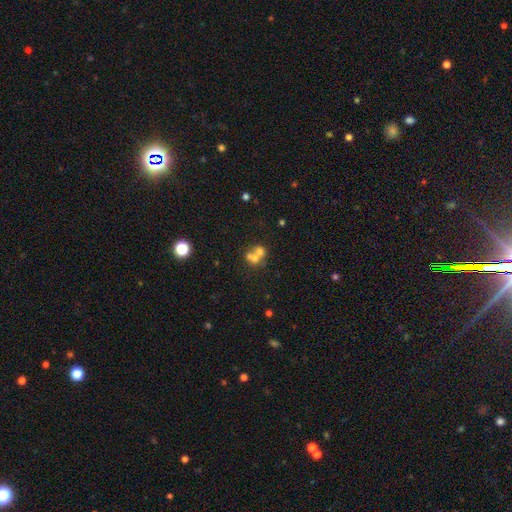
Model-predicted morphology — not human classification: Overall: smooth (56%; featured or disk 27%). How rounded: round (74%). Merging: merger (61%; none 29%).